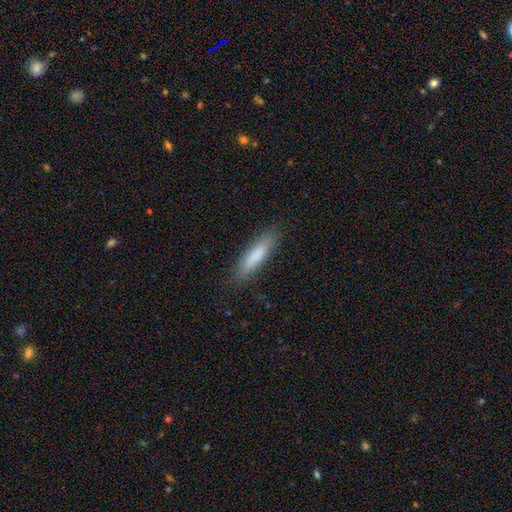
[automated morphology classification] type=smooth (81%); roundness=cigar-shaped (77%); merging=none (85%).